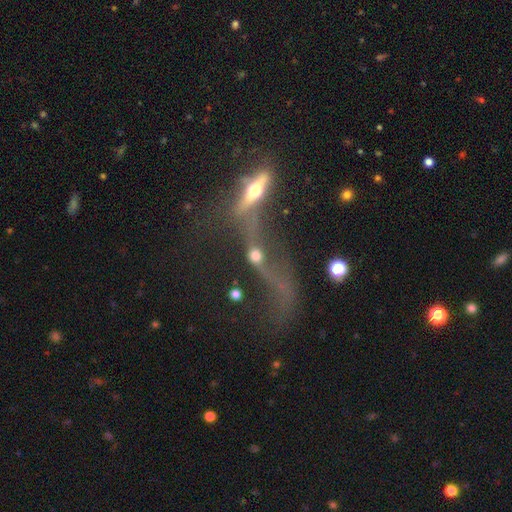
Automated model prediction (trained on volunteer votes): Morphology: type=featured or disk (44%); merging=merger (47%).